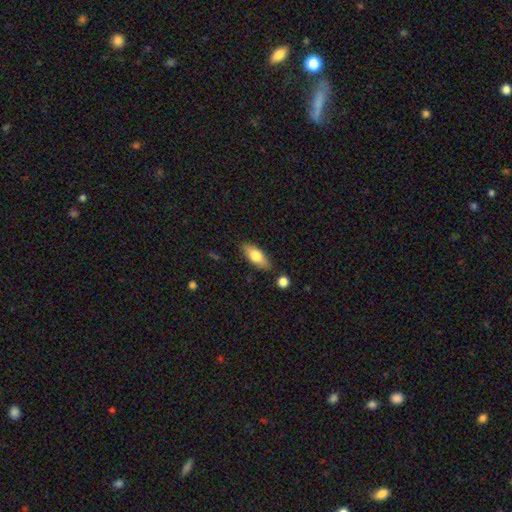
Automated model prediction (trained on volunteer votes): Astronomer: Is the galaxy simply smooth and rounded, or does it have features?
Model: smooth — 74%.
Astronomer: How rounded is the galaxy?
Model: in between — 76%.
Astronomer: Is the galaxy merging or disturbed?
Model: none — 83%.